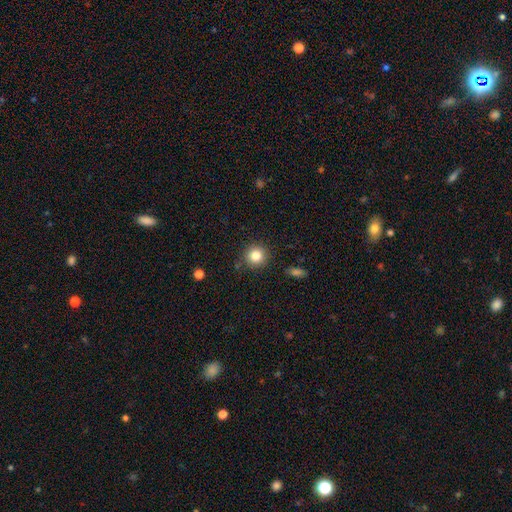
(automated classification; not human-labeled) A smooth galaxy with no disk features (82%) that is round (93%). Merging: none (87%).